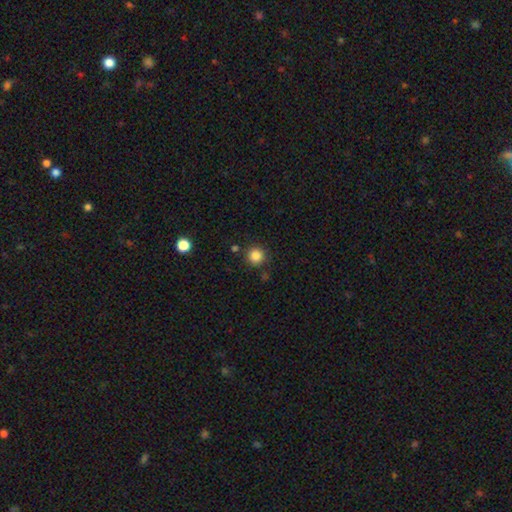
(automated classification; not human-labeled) Smooth or featured? Predicted: smooth (p=0.85). How rounded? Predicted: round (p=0.95). Merging? Predicted: none (p=0.86).